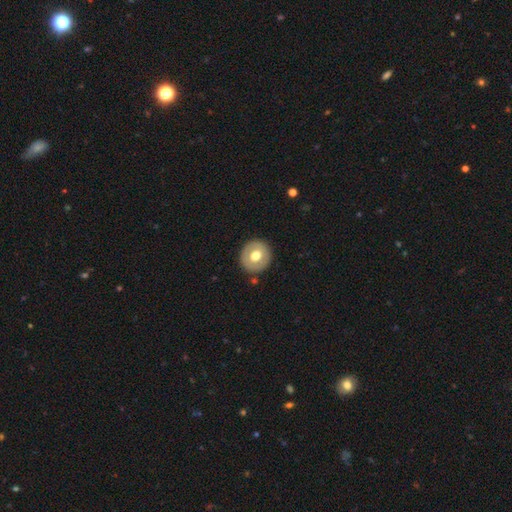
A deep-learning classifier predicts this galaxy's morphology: Overall: smooth (59%; featured or disk 35%). How rounded: round (90%). Merging: none (88%).